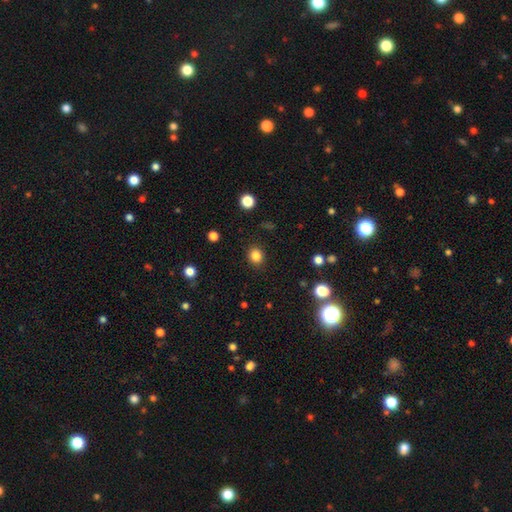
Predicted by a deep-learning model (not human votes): A smooth galaxy with no disk features (84%) that is round (78%). Merging: none (89%).